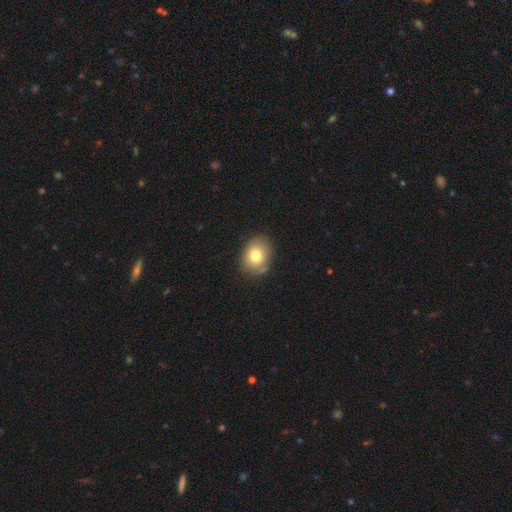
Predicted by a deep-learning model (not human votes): Morphology: type=smooth (77%); roundness=in between (51%); merging=none (77%).